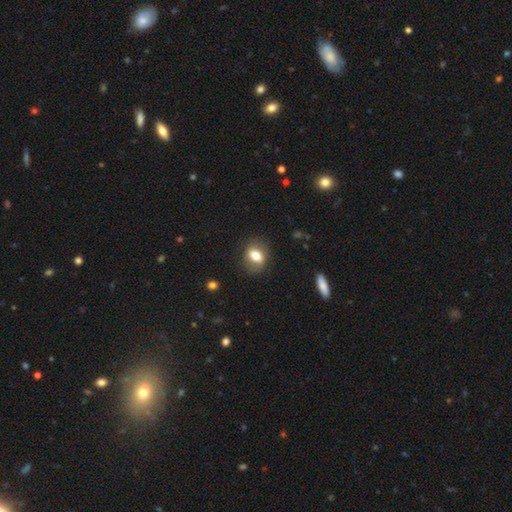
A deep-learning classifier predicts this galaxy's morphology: Overall: smooth (69%). How rounded: in between (60%; round 37%). Merging: none (82%).